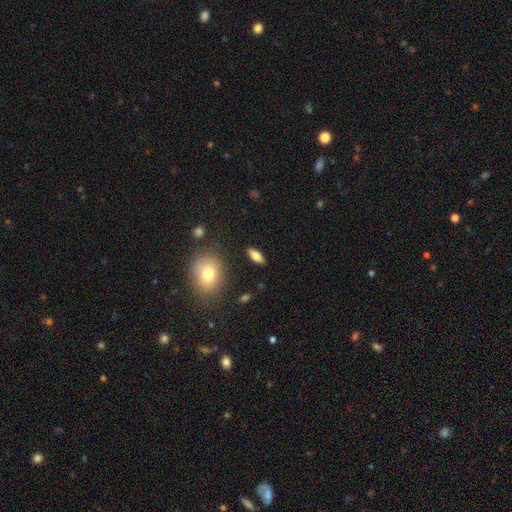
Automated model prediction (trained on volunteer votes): A smooth galaxy with no disk features (71%) that is in between round and cigar-shaped (69%).

Vote fractions:
- Smooth or featured? smooth: 71% / featured or disk: 22% / star or artifact: 8%
- How rounded? in between: 69% / cigar-shaped: 27% / round: 4%
- Merging? none: 87% / minor disturbance: 9% / major disturbance: 3% / merger: 2%